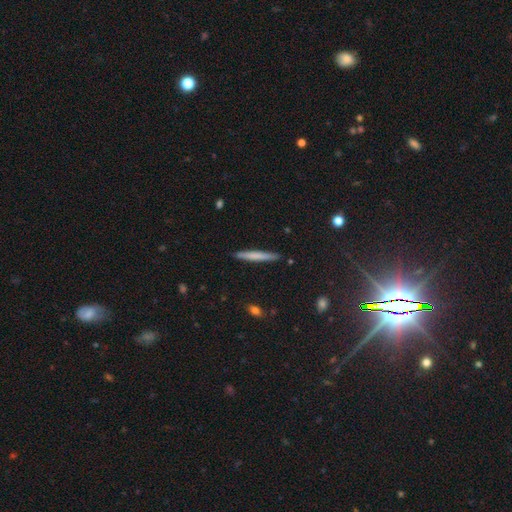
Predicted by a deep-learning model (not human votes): A smooth galaxy with no disk features (64%) that is cigar-shaped (96%).

Vote fractions:
- Smooth or featured? smooth: 64% / featured or disk: 30% / star or artifact: 6%
- How rounded? cigar-shaped: 96% / in between: 3% / round: 1%
- Merging? none: 90% / minor disturbance: 8% / major disturbance: 1% / merger: 1%